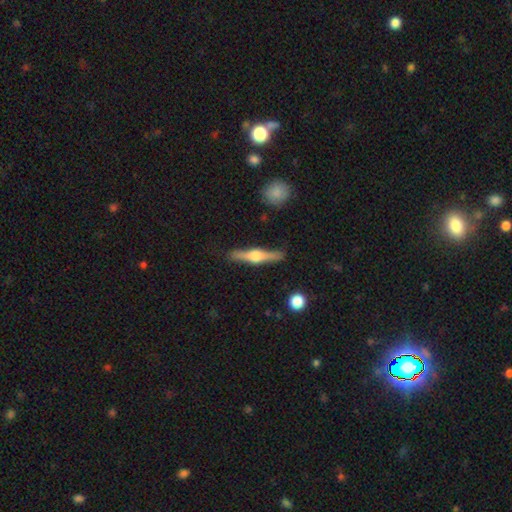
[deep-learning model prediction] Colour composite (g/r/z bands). It shows a featured or disk galaxy (74%) viewed edge-on (98%) with a rounded central bulge (92%). Merging: none (89%).